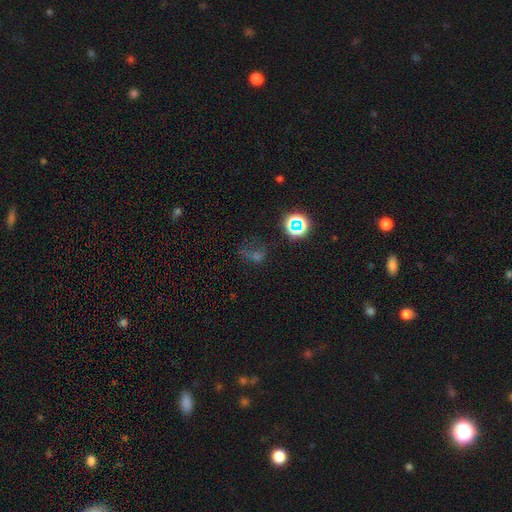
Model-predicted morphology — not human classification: type=star or artifact (50%).